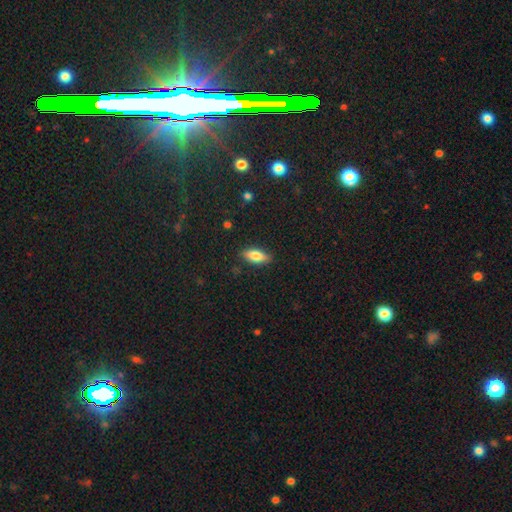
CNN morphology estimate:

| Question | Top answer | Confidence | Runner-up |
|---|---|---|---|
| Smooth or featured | smooth | 77% | featured or disk (16%) |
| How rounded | in between | 80% | cigar-shaped (17%) |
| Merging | none | 85% | minor disturbance (11%) |